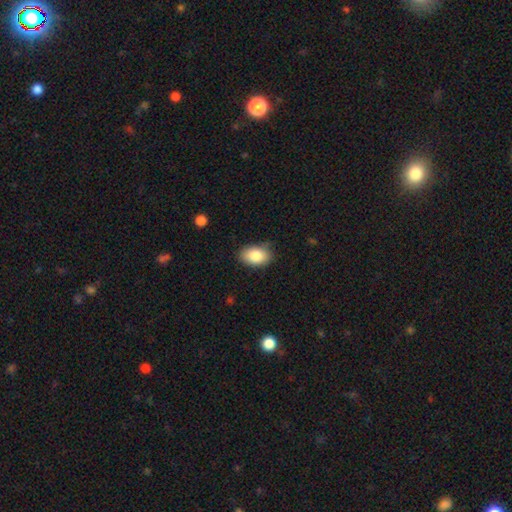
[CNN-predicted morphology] This is clearly a smooth galaxy (85%). How rounded: clearly in between (88%). Merging: likely none (79%).